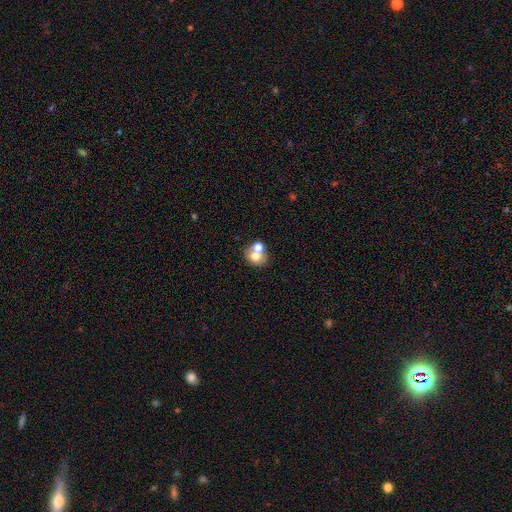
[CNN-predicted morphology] Q: Smooth or featured?
A: smooth (70%); runner-up: featured or disk (19%)
Q: How rounded?
A: round (63%); runner-up: in between (36%)
Q: Merging?
A: merger (49%); runner-up: none (39%)